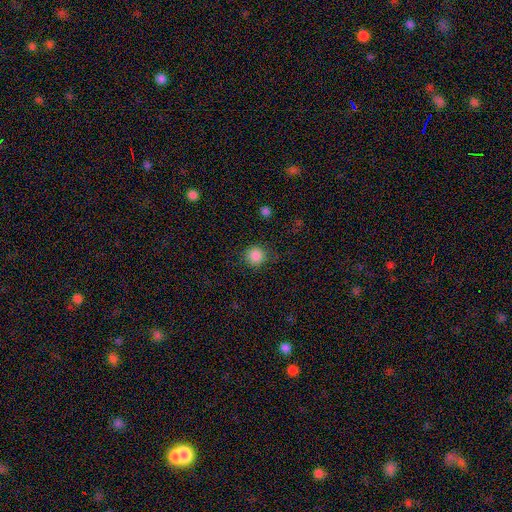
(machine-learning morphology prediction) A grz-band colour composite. It shows a smooth galaxy with no disk features (86%) that is round (94%). Merging: none (86%).